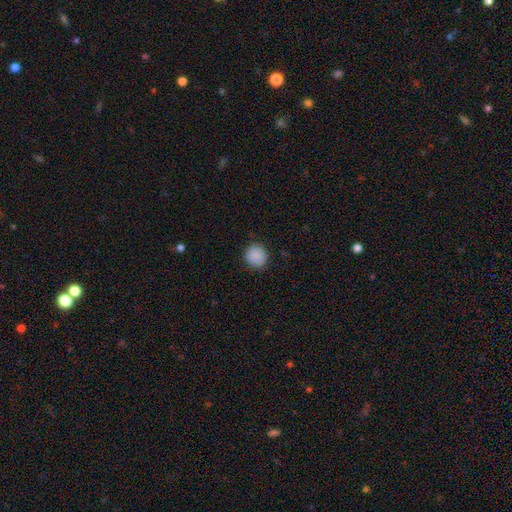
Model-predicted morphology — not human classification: This is clearly a smooth galaxy (88%). How rounded: clearly round (89%). Merging: clearly none (88%).